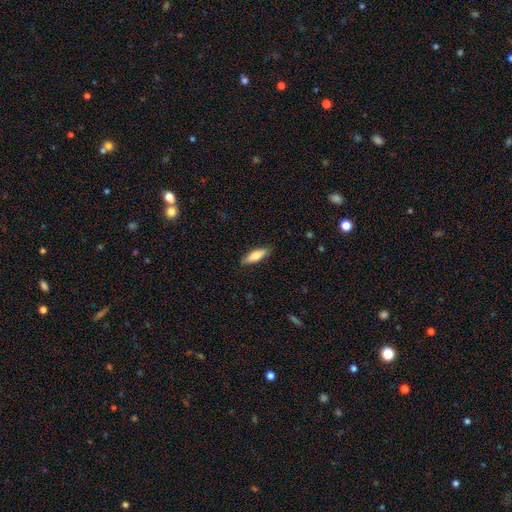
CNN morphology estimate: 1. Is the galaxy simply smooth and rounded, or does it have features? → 77% smooth, 17% featured or disk, 6% star or artifact.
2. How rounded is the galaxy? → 55% in between, 44% cigar-shaped, 2% round.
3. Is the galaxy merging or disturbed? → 84% none, 12% minor disturbance, 2% major disturbance, 1% merger.